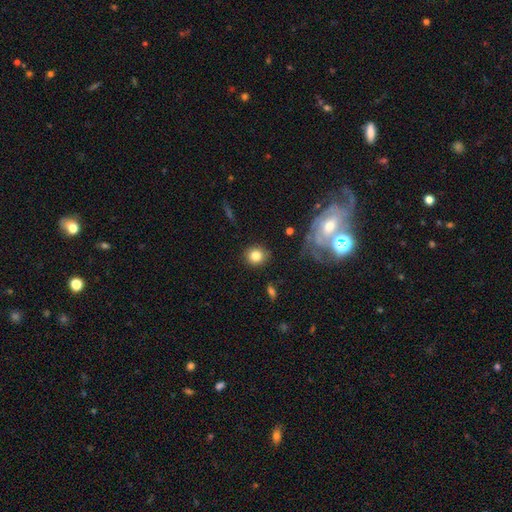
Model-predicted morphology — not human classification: Smooth or featured? Predicted: smooth (p=0.81). How rounded? Predicted: round (p=0.85). Merging? Predicted: none (p=0.87).